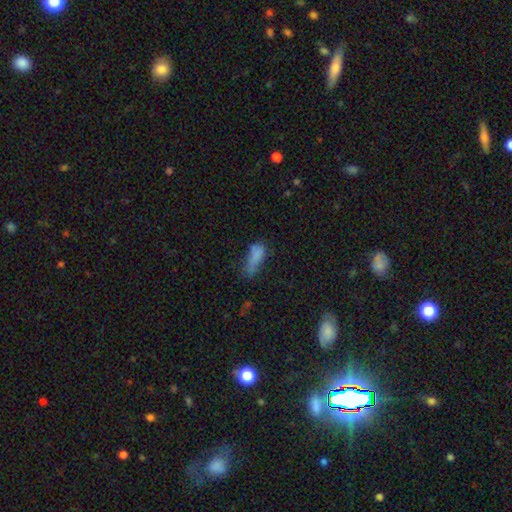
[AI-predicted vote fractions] This appears to be a smooth galaxy with no disk features (74%) that is in between round and cigar-shaped (66%). Merging: minor disturbance (31%, tied with major disturbance).